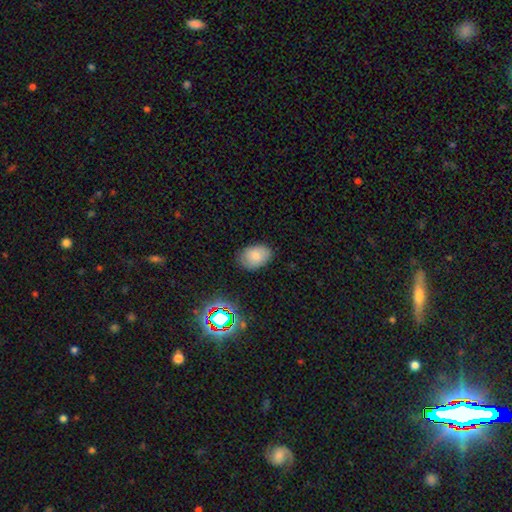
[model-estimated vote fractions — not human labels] smooth_or_featured: smooth (p=0.78) [alt: star or artifact p=0.11]
how_rounded: in between (p=0.79) [alt: round p=0.20]
merging: none (p=0.81) [alt: minor disturbance p=0.15]